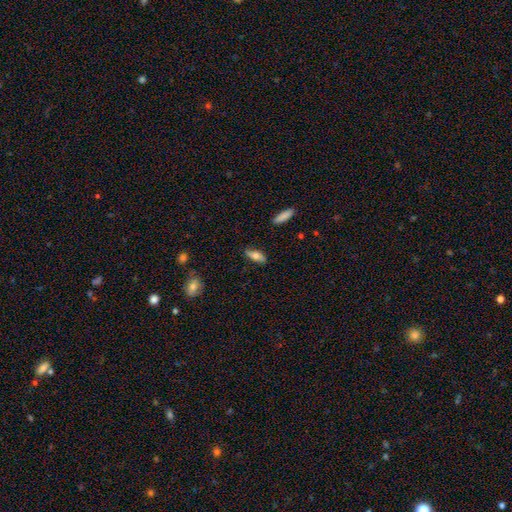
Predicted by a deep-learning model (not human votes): Morphology: type=smooth (67%); roundness=in between (66%); merging=none (81%).